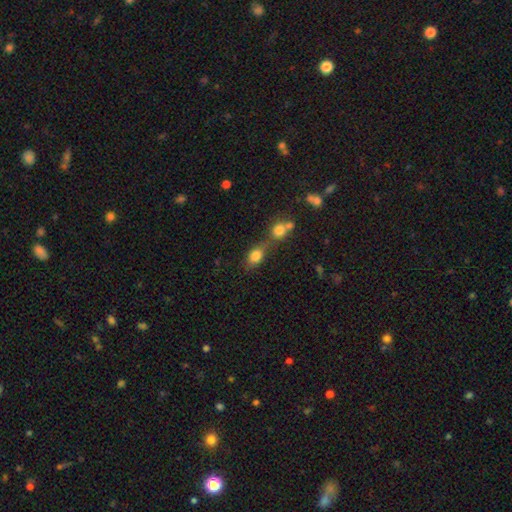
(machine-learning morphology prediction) Smooth or featured? smooth (80%)
How rounded? in between (65%)
Merging? merger (45%)